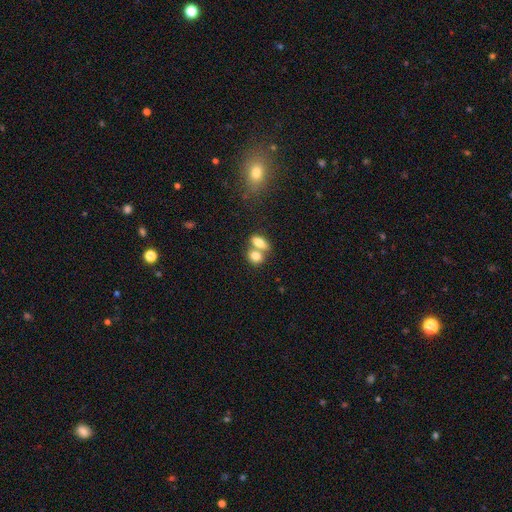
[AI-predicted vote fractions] Q: Smooth or featured?
A: smooth (78%); runner-up: featured or disk (14%)
Q: How rounded?
A: in between (64%); runner-up: round (33%)
Q: Merging?
A: merger (58%); runner-up: none (31%)